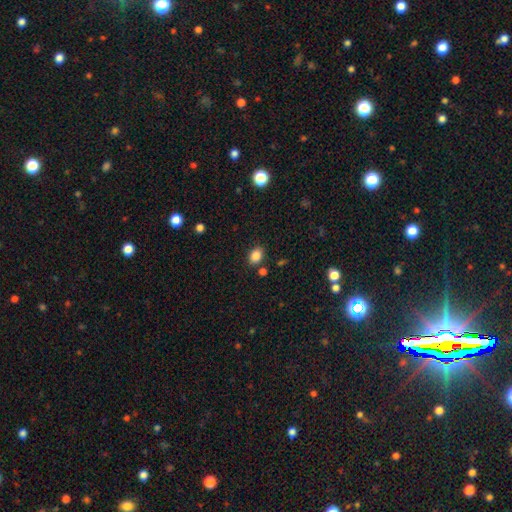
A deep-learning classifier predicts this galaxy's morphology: Overall: smooth (85%). How rounded: in between (69%; round 30%). Merging: none (81%).